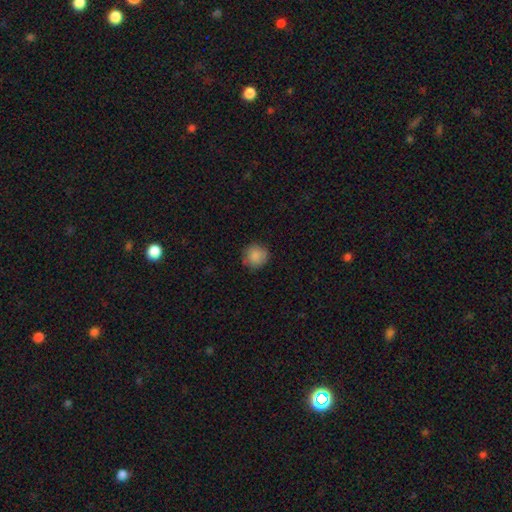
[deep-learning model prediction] Smooth or featured: smooth — 87% (star or artifact — 8%)
How rounded: round — 93% (in between — 6%)
Merging: none — 84% (minor disturbance — 12%)